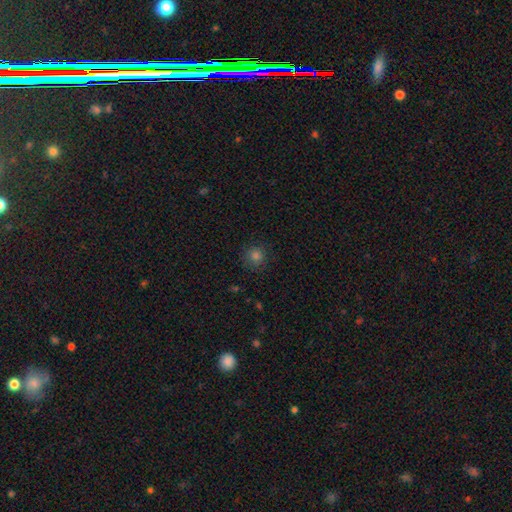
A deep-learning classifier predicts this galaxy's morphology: Smooth or featured: smooth — 79% (star or artifact — 16%)
How rounded: round — 93% (in between — 6%)
Merging: none — 87% (minor disturbance — 9%)